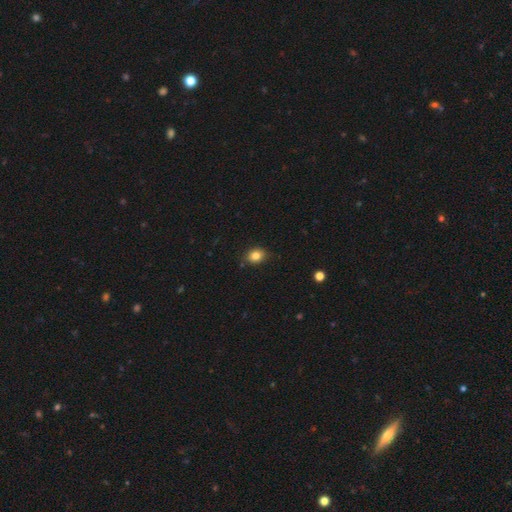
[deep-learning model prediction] This is clearly a smooth galaxy (83%). How rounded: possibly round (52%). Merging: clearly none (84%).